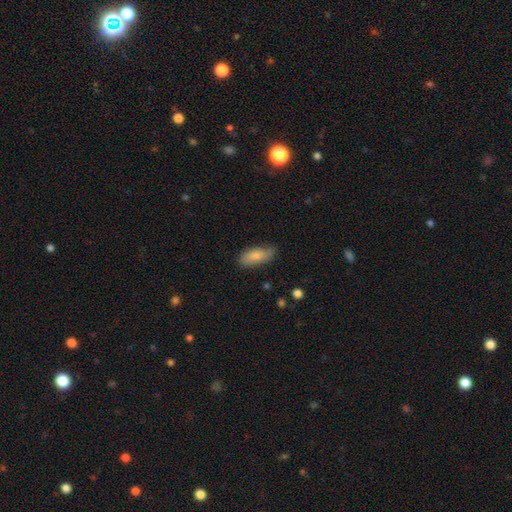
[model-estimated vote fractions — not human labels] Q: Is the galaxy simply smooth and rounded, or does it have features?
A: smooth — 78%.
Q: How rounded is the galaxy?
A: in between — 80%.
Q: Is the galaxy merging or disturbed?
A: none — 72%.